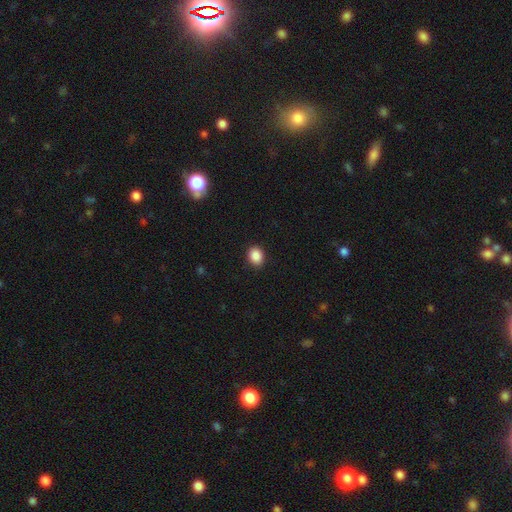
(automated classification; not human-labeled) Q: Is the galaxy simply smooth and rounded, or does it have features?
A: smooth — 88%.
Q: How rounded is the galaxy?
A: in between — 51%.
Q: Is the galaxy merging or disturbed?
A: none — 89%.